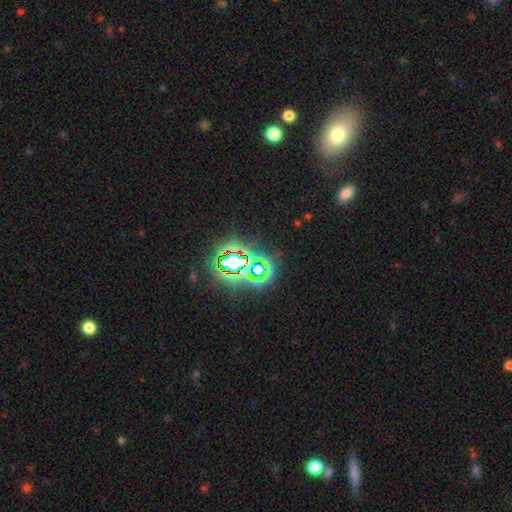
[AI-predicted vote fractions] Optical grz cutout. It shows a star or artifact, not a galaxy (65%).